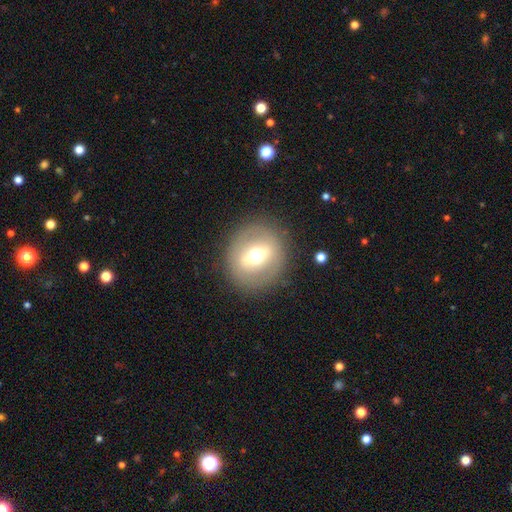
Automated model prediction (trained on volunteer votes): Smooth or featured? featured or disk (53%)
Edge-on disk? no (78%)
Merging? none (85%)